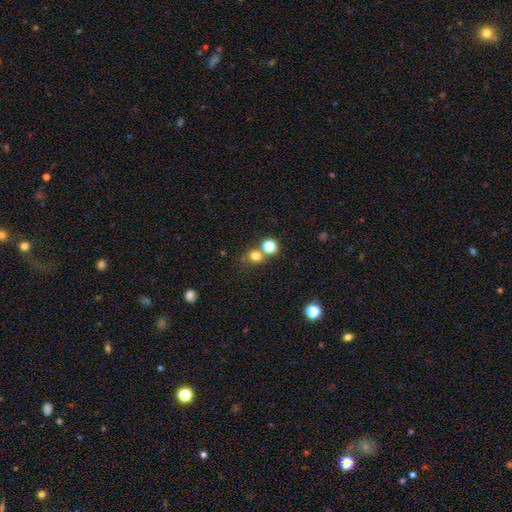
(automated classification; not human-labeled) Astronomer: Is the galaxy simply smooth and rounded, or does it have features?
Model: smooth — 73%.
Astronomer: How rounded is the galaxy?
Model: round — 79%.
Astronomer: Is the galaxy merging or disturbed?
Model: none — 60%.